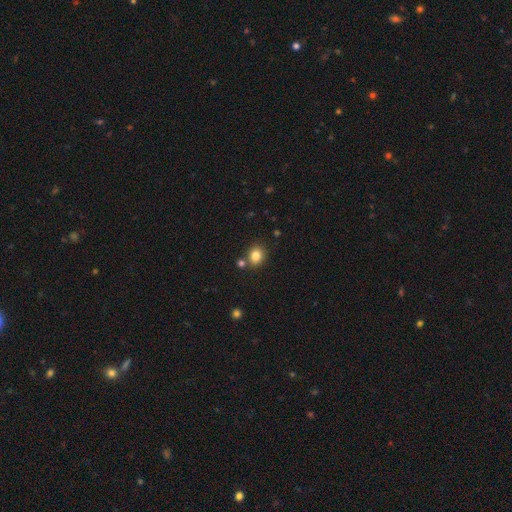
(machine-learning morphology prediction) A smooth galaxy with no disk features (83%) that is round (66%).

Vote fractions:
- Smooth or featured? smooth: 83% / star or artifact: 11% / featured or disk: 6%
- How rounded? round: 66% / in between: 33% / cigar-shaped: 1%
- Merging? none: 74% / merger: 13% / minor disturbance: 10% / major disturbance: 3%